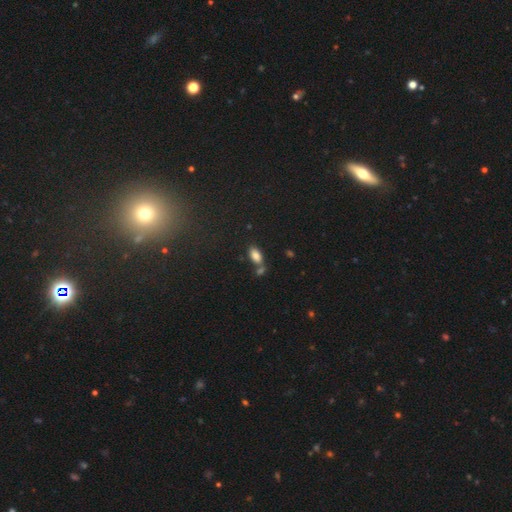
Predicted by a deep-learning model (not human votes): Morphology: type=smooth (82%); roundness=in between (92%); merging=none (53%).